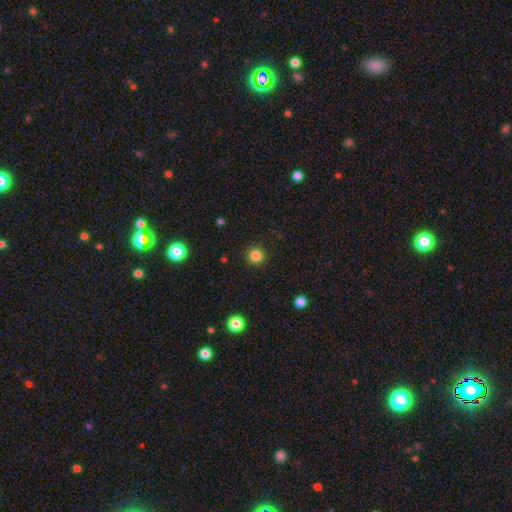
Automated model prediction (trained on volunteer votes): A smooth galaxy with no disk features (84%) that is round (93%). Merging: none (91%).